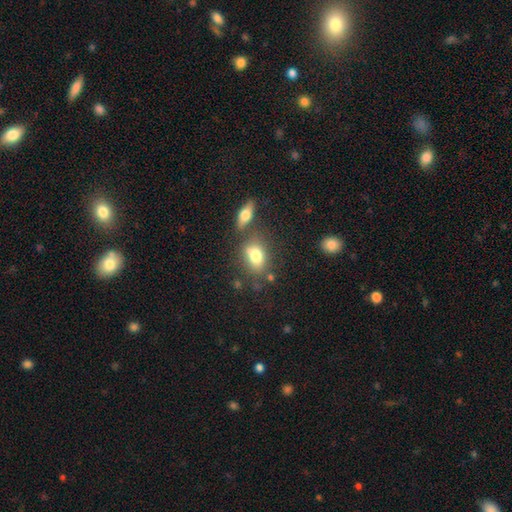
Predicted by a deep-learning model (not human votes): The model was most divided on "merging": none: 57%, merger: 22%, minor disturbance: 15%, major disturbance: 6%. More confident: how rounded — in between (78%); smooth or featured — smooth (77%).